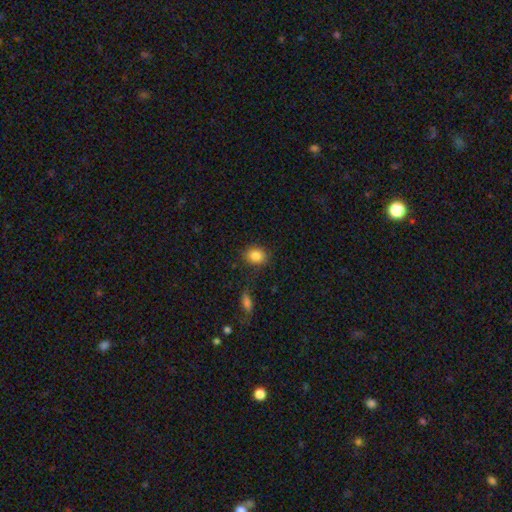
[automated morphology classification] Smooth or featured: smooth — 85% (star or artifact — 9%)
How rounded: round — 57% (in between — 42%)
Merging: none — 81% (minor disturbance — 12%)